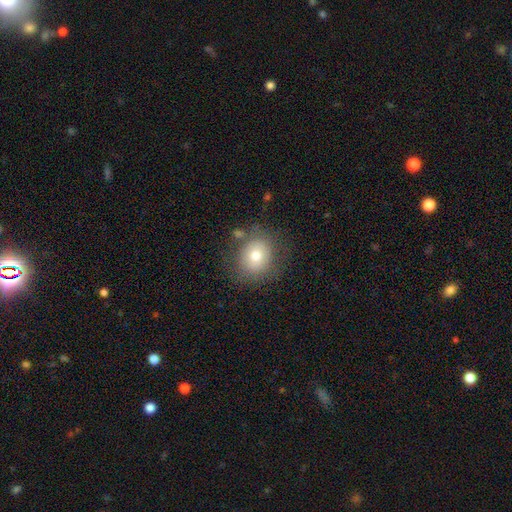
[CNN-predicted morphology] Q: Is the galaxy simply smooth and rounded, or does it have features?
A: smooth — 73%.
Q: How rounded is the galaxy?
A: round — 73%.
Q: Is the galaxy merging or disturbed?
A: none — 76%.